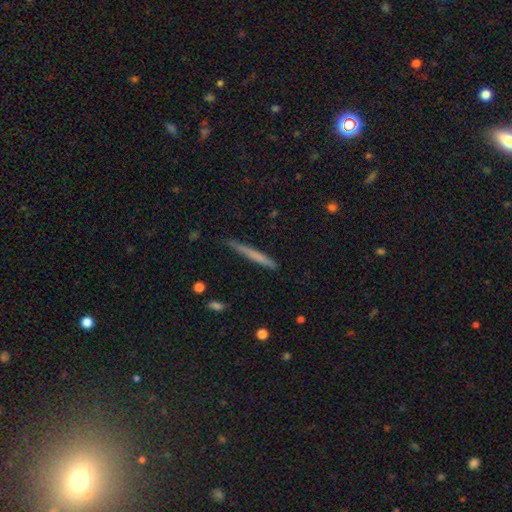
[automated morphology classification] smooth 64%, featured or disk 30%, star or artifact 6%. Down the decision tree: how rounded — cigar-shaped (97%); merging — none (84%).